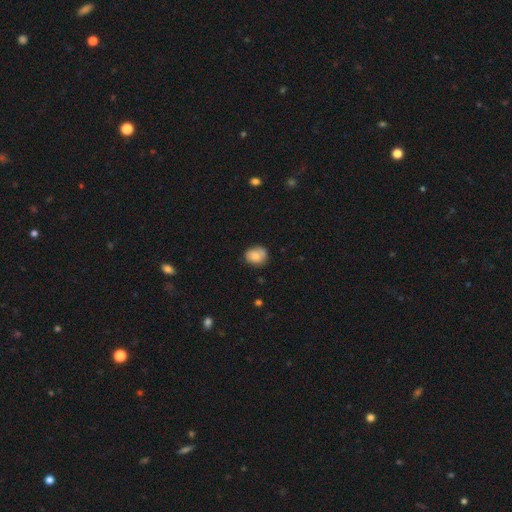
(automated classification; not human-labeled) Smooth or featured: smooth — 74% (featured or disk — 18%)
How rounded: round — 61% (in between — 38%)
Merging: none — 65% (minor disturbance — 25%)